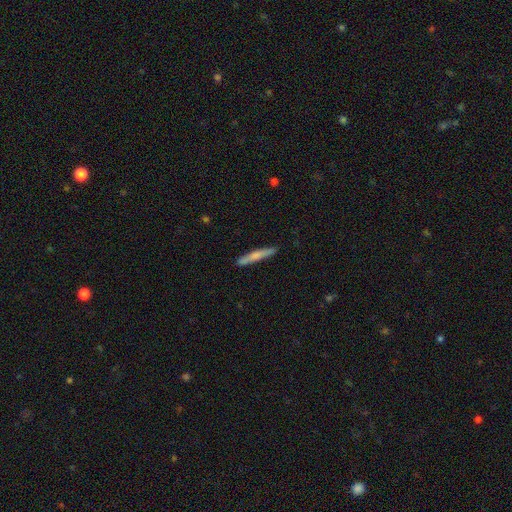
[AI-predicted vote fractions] A smooth galaxy with no disk features (59%) that is cigar-shaped (95%). Merging: none (89%).